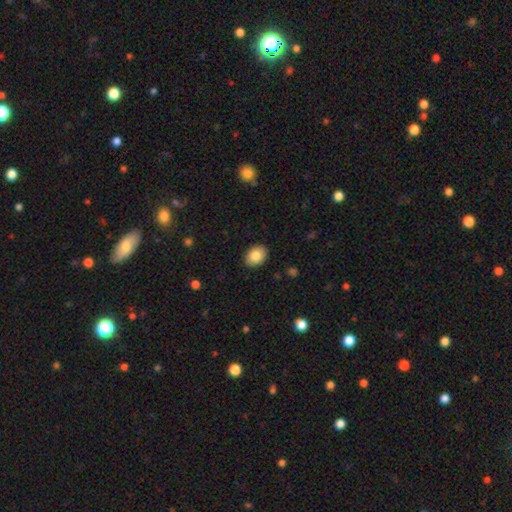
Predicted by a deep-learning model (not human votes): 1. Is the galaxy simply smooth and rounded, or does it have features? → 84% smooth, 9% featured or disk, 7% star or artifact.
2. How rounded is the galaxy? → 75% in between, 24% round, 1% cigar-shaped.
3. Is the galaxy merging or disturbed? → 89% none, 8% minor disturbance, 2% major disturbance, 1% merger.